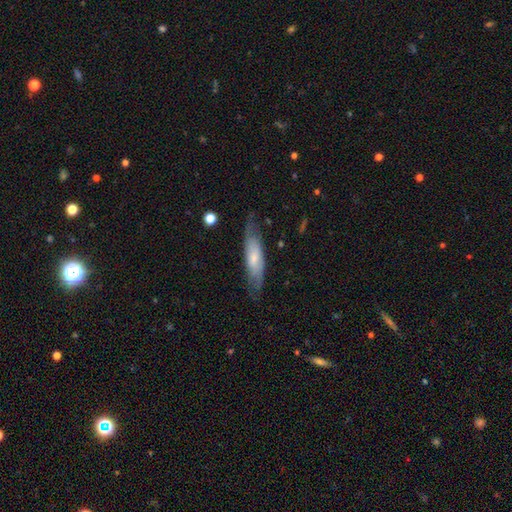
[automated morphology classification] smooth-or-featured: featured or disk: 49% | smooth: 44% | star or artifact: 7%
  merging: none: 75% | minor disturbance: 18% | major disturbance: 5% | merger: 1%